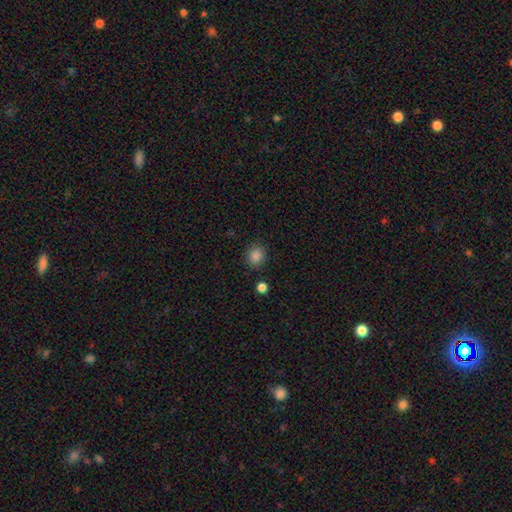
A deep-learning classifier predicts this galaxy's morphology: Smooth or featured: smooth — 86% (star or artifact — 10%)
How rounded: round — 76% (in between — 23%)
Merging: none — 87% (minor disturbance — 8%)